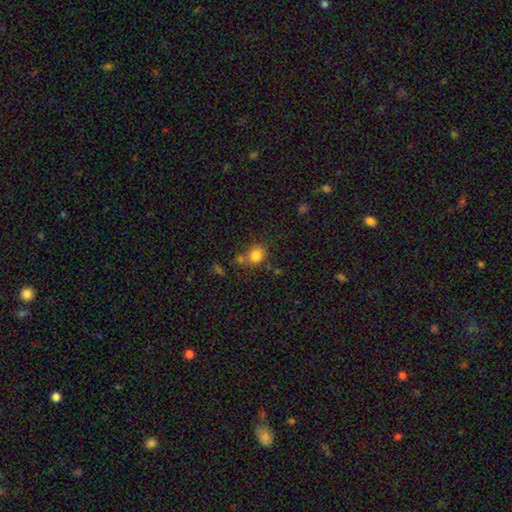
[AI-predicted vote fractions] Q: Smooth or featured?
A: smooth (81%); runner-up: star or artifact (11%)
Q: How rounded?
A: round (73%); runner-up: in between (26%)
Q: Merging?
A: none (63%); runner-up: merger (17%)